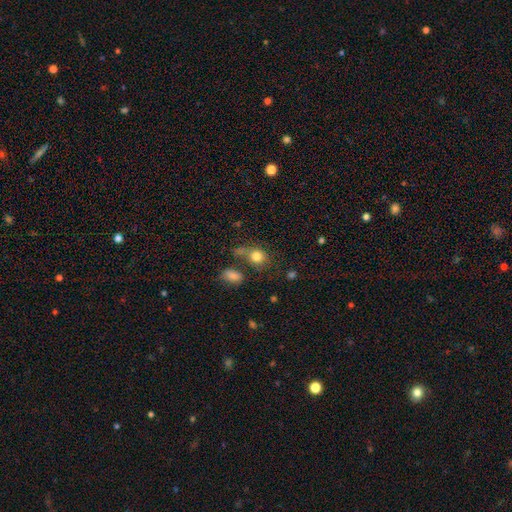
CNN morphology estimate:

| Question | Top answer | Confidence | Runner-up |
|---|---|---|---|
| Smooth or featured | smooth | 81% | star or artifact (10%) |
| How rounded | round | 64% | in between (35%) |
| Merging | none | 52% | merger (21%) |